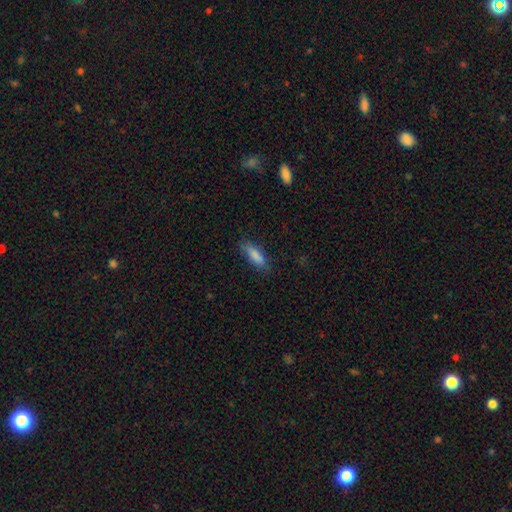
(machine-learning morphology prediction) type=smooth (84%); roundness=in between (55%); merging=none (75%).